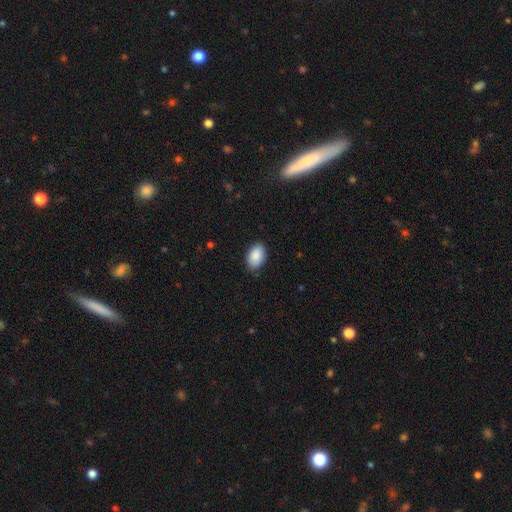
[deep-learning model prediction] Smooth or featured: smooth — 87% (star or artifact — 7%)
How rounded: in between — 92% (round — 7%)
Merging: none — 85% (minor disturbance — 12%)